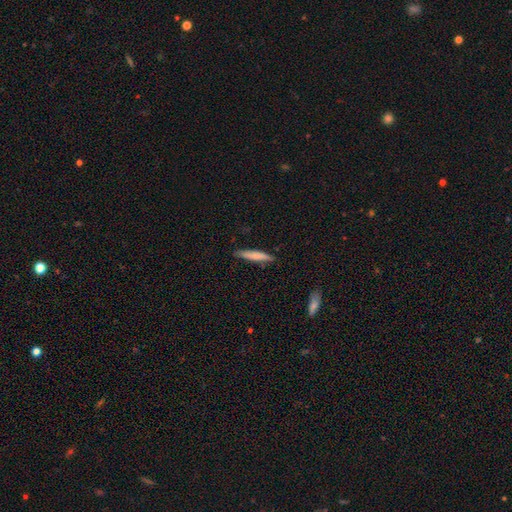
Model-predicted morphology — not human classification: type=smooth (75%); roundness=cigar-shaped (91%); merging=none (85%).